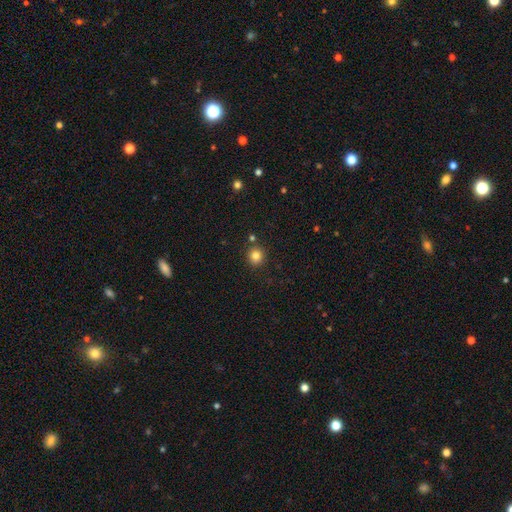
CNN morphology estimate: smooth_or_featured: smooth (p=0.83) [alt: star or artifact p=0.12]
how_rounded: round (p=0.90) [alt: in between p=0.09]
merging: none (p=0.86) [alt: minor disturbance p=0.07]